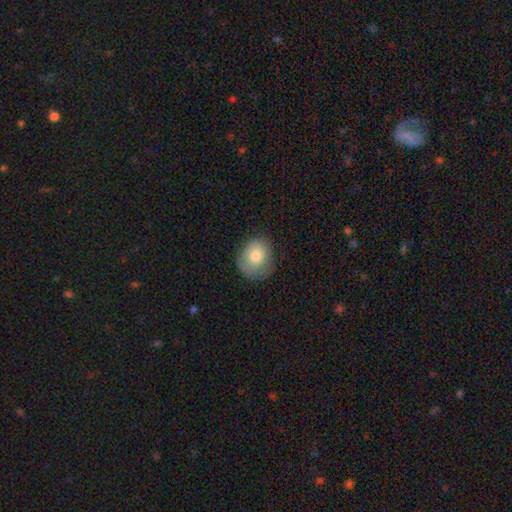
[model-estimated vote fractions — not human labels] Smooth or featured? Predicted: smooth (p=0.75). How rounded? Predicted: round (p=0.73). Merging? Predicted: none (p=0.67).